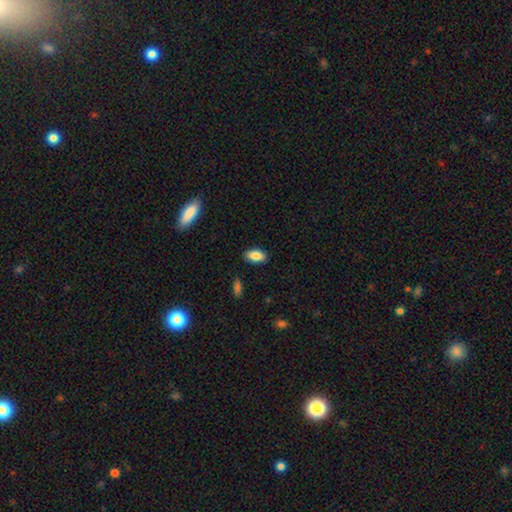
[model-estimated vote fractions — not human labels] Smooth or featured?
  - smooth: 86% *
  - star or artifact: 7%
  - featured or disk: 7%
How rounded?
  - in between: 92% *
  - cigar-shaped: 4%
  - round: 3%
Merging?
  - none: 87% *
  - minor disturbance: 9%
  - major disturbance: 2%
  - merger: 1%